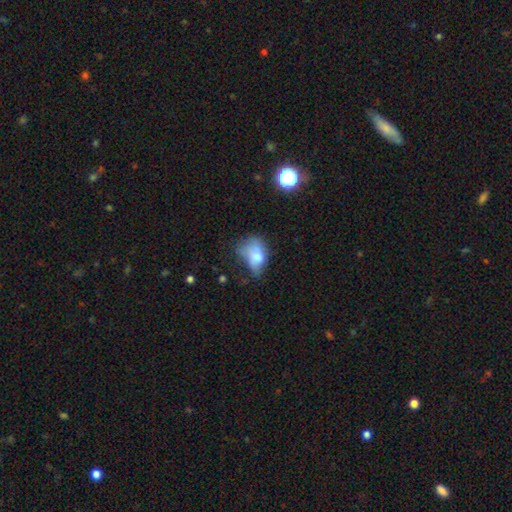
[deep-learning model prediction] Smooth or featured? smooth (66%)
How rounded? in between (82%)
Merging? minor disturbance (34%)